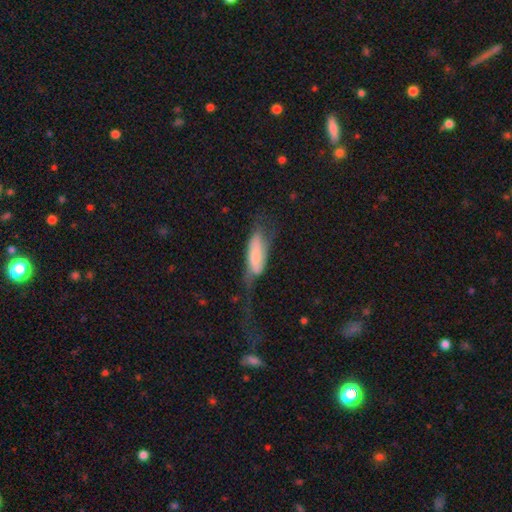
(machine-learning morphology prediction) smooth-or-featured: smooth: 55% | featured or disk: 38% | star or artifact: 7%
  how-rounded: in between: 68% | cigar-shaped: 30% | round: 2%
  merging: major disturbance: 48% | none: 26% | minor disturbance: 23% | merger: 4%